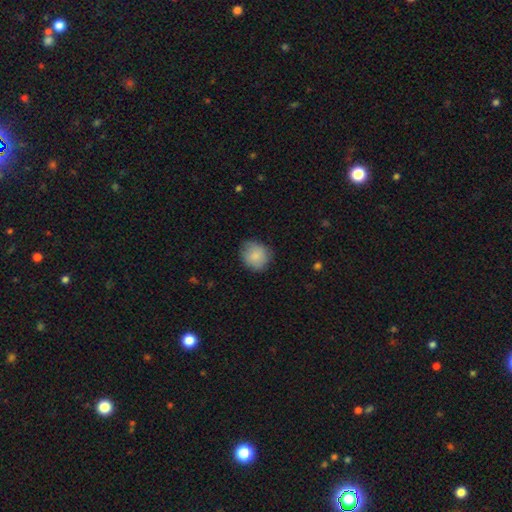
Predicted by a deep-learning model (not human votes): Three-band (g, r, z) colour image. It shows a smooth galaxy with no disk features (85%) that is round (75%). Merging: none (74%).